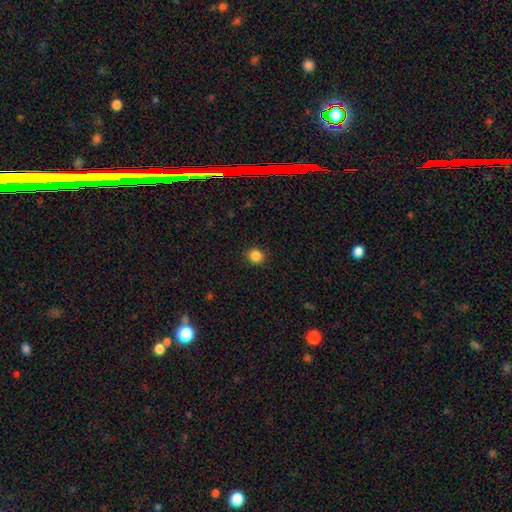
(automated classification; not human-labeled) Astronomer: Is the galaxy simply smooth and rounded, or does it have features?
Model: smooth — 86%.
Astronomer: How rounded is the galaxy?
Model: round — 88%.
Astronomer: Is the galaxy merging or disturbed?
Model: none — 91%.